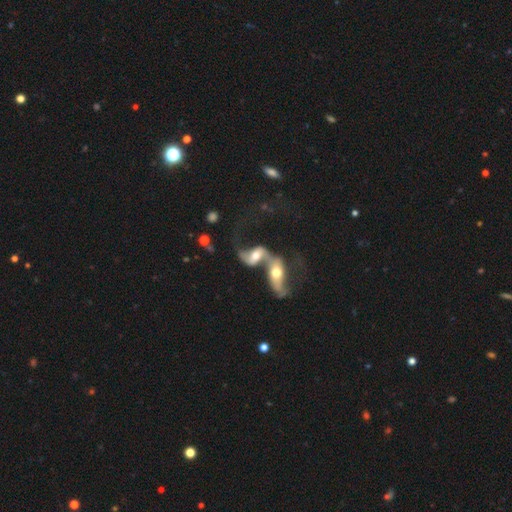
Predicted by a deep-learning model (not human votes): Overall: featured or disk (72%). Edge-on disk: no (90%). Bar: no (46%; weak 34%). Spiral arms: yes (84%). Spiral arm count: 2 (83%). Spiral winding: loose (76%). Bulge size: moderate (66%). Merging: merger (80%).